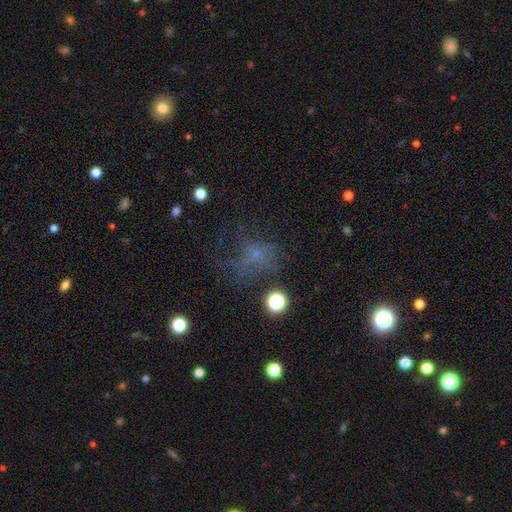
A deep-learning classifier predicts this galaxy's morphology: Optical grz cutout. It shows a smooth galaxy with no disk features (42%). Merging: none (44%).